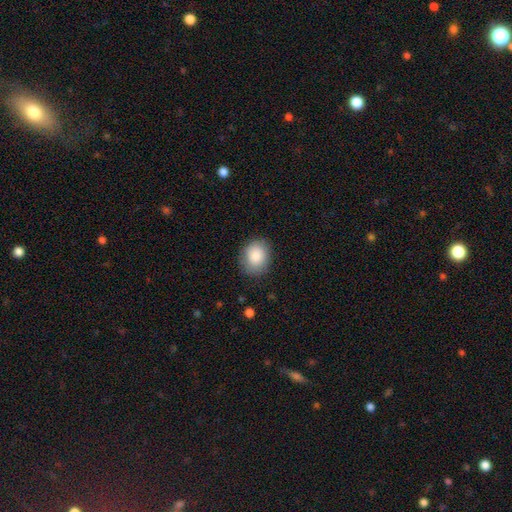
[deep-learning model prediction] This appears to be a smooth galaxy with no disk features (86%) that is in between round and cigar-shaped (51%). Merging: none (84%).